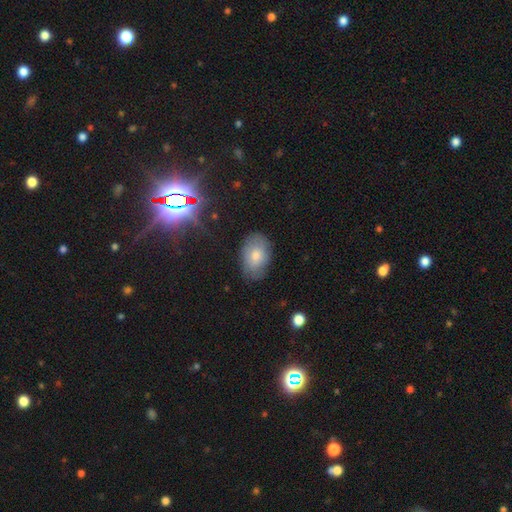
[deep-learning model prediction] smooth-or-featured: smooth: 71% | featured or disk: 21% | star or artifact: 9%
  how-rounded: in between: 87% | round: 12% | cigar-shaped: 1%
  merging: none: 74% | minor disturbance: 20% | major disturbance: 5% | merger: 1%